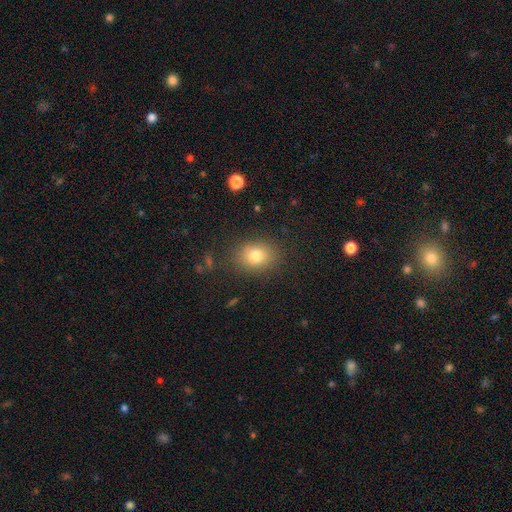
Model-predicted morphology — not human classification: Smooth or featured? smooth (78%)
How rounded? in between (51%)
Merging? none (83%)